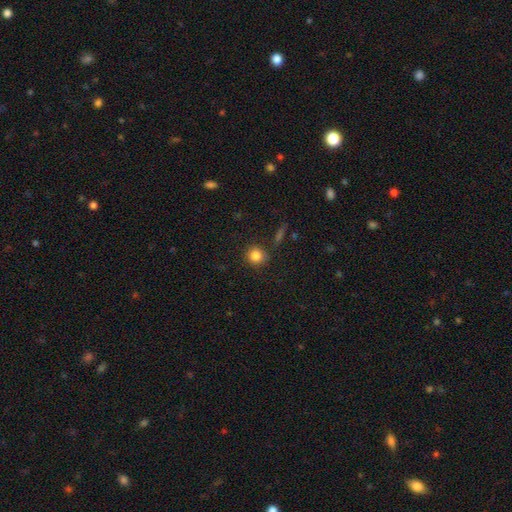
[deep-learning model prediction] Smooth or featured? smooth (84%)
How rounded? round (89%)
Merging? none (84%)